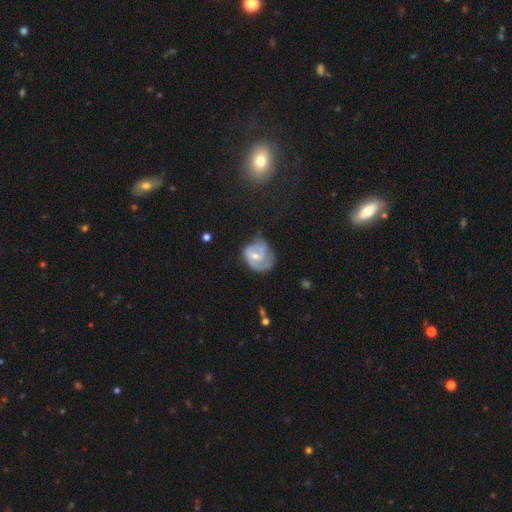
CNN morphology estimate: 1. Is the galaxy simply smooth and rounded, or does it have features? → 64% featured or disk, 28% smooth, 8% star or artifact.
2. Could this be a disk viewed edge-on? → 97% no, 3% yes.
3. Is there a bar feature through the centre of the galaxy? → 48% no, 42% weak, 11% strong.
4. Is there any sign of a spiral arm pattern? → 75% yes, 25% no.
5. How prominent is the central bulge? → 50% moderate, 44% small, 3% none, 2% large, 1% dominant.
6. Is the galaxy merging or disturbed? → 43% none, 31% minor disturbance, 23% major disturbance, 3% merger.